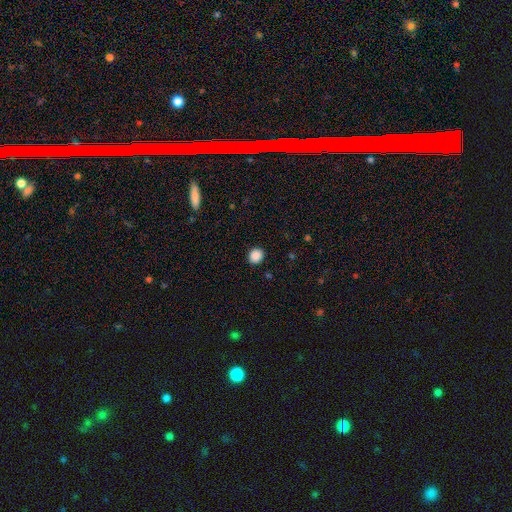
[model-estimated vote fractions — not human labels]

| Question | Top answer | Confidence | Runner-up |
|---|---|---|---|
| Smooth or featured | smooth | 88% | star or artifact (9%) |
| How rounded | round | 82% | in between (17%) |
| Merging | none | 91% | minor disturbance (6%) |